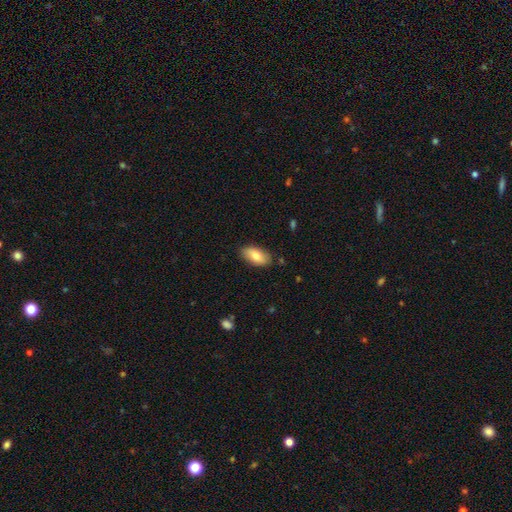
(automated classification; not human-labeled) A smooth galaxy with no disk features (78%) that is in between round and cigar-shaped (93%). Merging: none (86%).